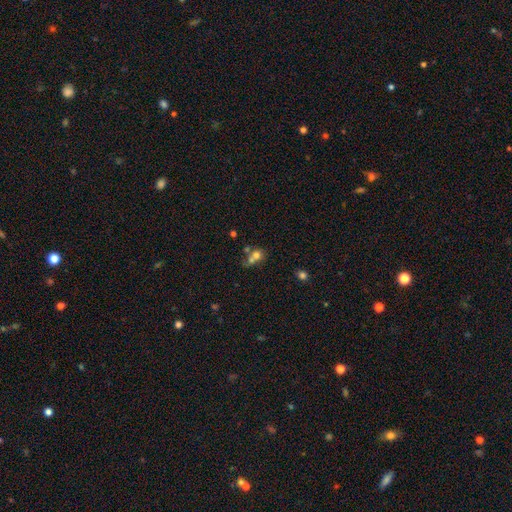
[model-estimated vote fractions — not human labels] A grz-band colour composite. It shows a smooth galaxy with no disk features (66%) that is round (66%). Merging: merger (53%).